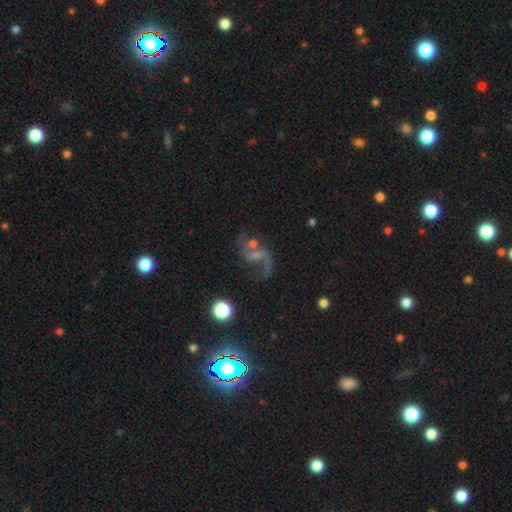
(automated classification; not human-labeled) Morphology: type=featured or disk (58%); edge-on=no (96%); bar=no (54%); spiral arms=yes (83%); bulge=small (50%); merging=none (46%).